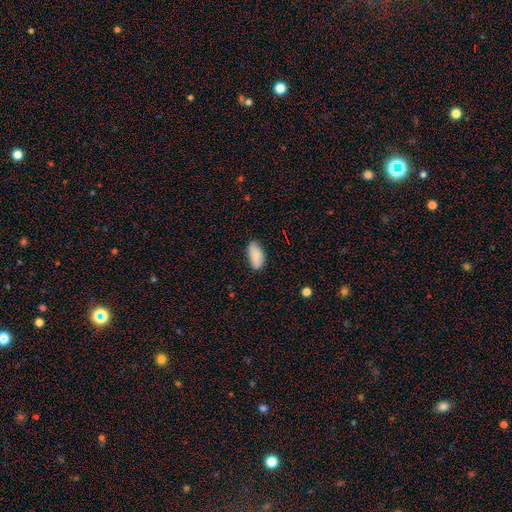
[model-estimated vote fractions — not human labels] This is clearly a smooth galaxy (83%). How rounded: clearly in between (92%). Merging: likely none (73%).